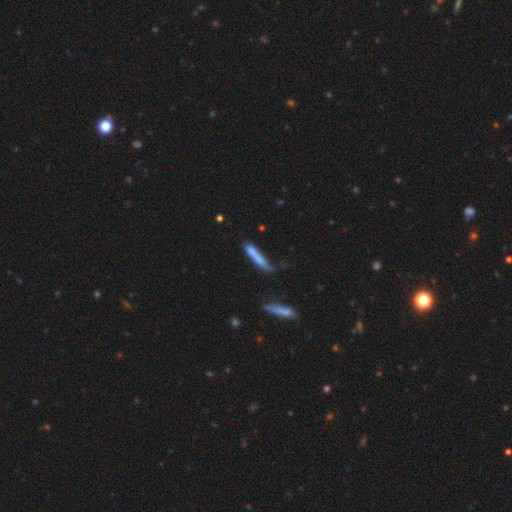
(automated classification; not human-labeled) Q: Smooth or featured?
A: smooth (66%); runner-up: featured or disk (25%)
Q: How rounded?
A: cigar-shaped (88%); runner-up: in between (10%)
Q: Merging?
A: none (41%); runner-up: minor disturbance (28%)